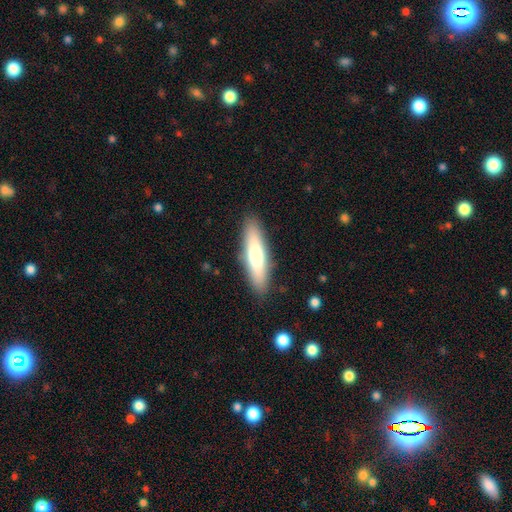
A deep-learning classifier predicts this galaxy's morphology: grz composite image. It shows a smooth galaxy with no disk features (65%) that is cigar-shaped (71%). Merging: none (88%).